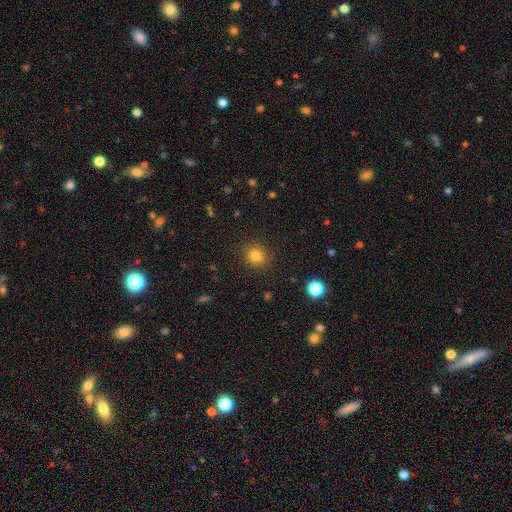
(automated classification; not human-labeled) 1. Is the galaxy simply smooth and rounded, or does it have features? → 82% smooth, 13% star or artifact, 5% featured or disk.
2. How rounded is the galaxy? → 88% round, 11% in between, 1% cigar-shaped.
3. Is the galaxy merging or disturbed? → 89% none, 7% minor disturbance, 3% major disturbance, 1% merger.